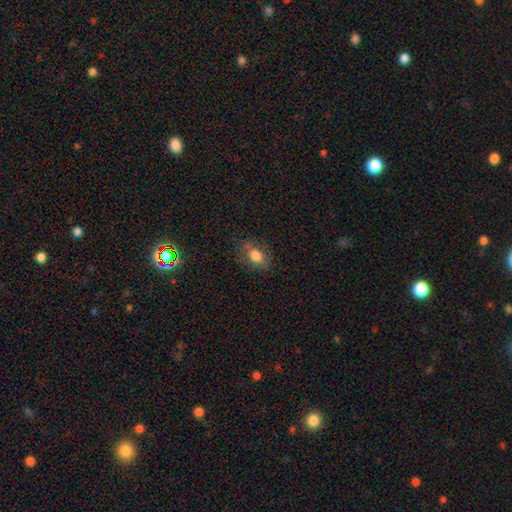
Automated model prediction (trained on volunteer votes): Overall: smooth (76%). How rounded: in between (73%). Merging: none (73%).